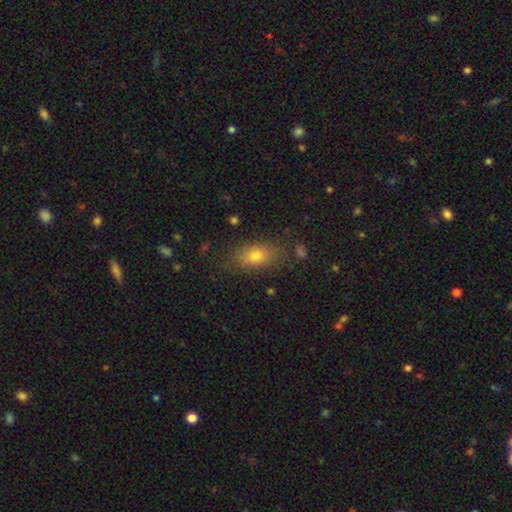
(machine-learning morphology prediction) smooth 76%, featured or disk 12%, star or artifact 11%. Down the decision tree: how rounded — in between (81%); merging — none (79%).